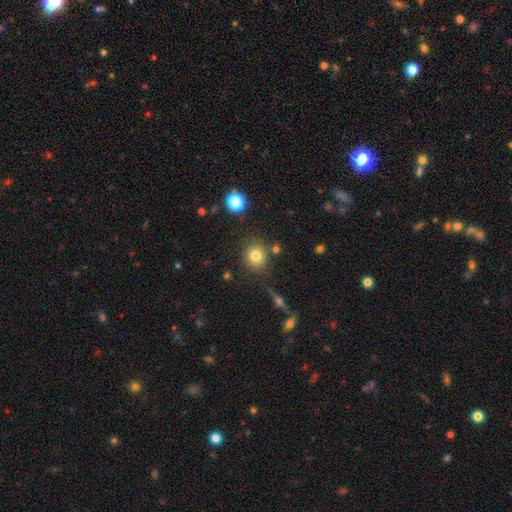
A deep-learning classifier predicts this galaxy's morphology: Smooth or featured?
  - smooth: 79% *
  - star or artifact: 12%
  - featured or disk: 9%
How rounded?
  - round: 88% *
  - in between: 11%
  - cigar-shaped: 1%
Merging?
  - none: 84% *
  - minor disturbance: 8%
  - merger: 4%
  - major disturbance: 3%